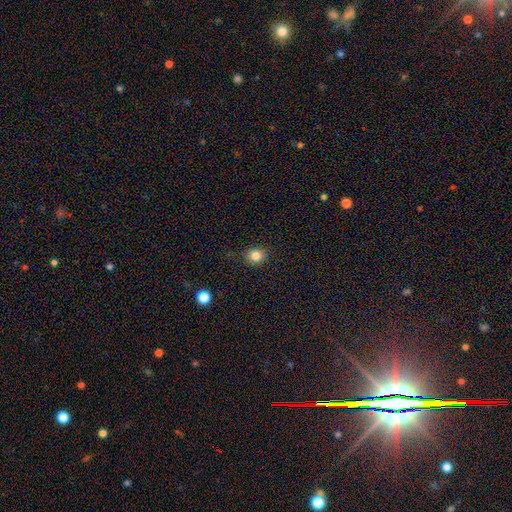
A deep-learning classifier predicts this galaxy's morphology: Smooth or featured: smooth — 84% (star or artifact — 12%)
How rounded: round — 81% (in between — 18%)
Merging: none — 87% (minor disturbance — 9%)